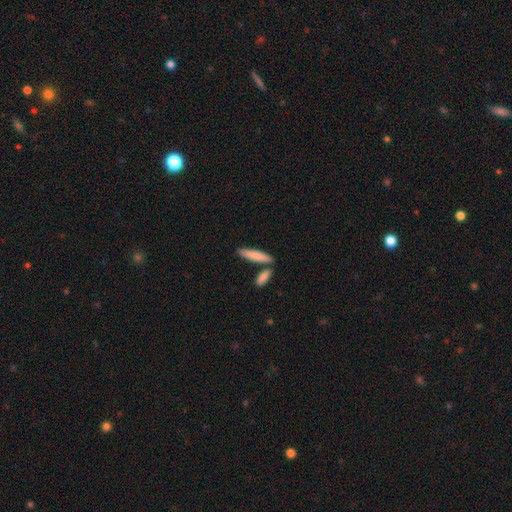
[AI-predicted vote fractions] smooth_or_featured: smooth (p=0.82) [alt: featured or disk p=0.13]
how_rounded: cigar-shaped (p=0.81) [alt: in between p=0.17]
merging: none (p=0.75) [alt: merger p=0.13]